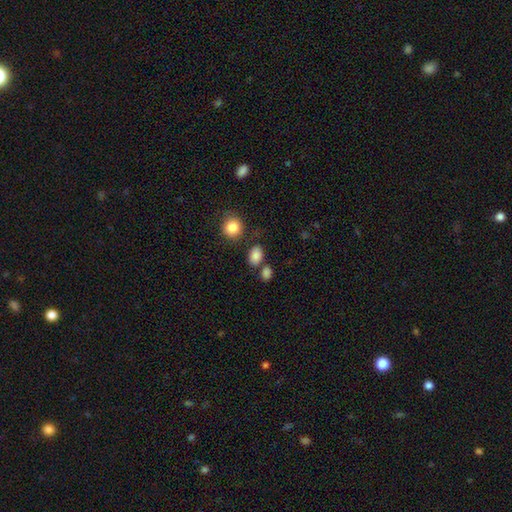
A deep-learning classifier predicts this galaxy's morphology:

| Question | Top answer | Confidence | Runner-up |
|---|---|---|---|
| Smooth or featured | smooth | 85% | star or artifact (10%) |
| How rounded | in between | 76% | round (23%) |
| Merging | none | 71% | merger (13%) |